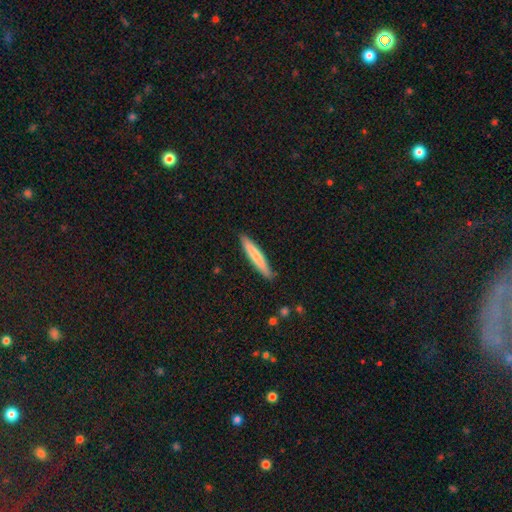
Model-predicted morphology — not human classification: This appears to be a smooth galaxy with no disk features (72%) that is cigar-shaped (93%). Merging: none (87%).